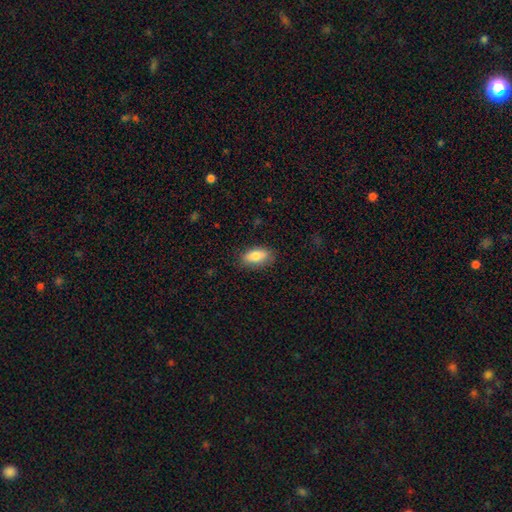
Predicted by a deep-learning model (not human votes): This appears to be a smooth galaxy with no disk features (80%) that is in between round and cigar-shaped (87%). Merging: none (84%).